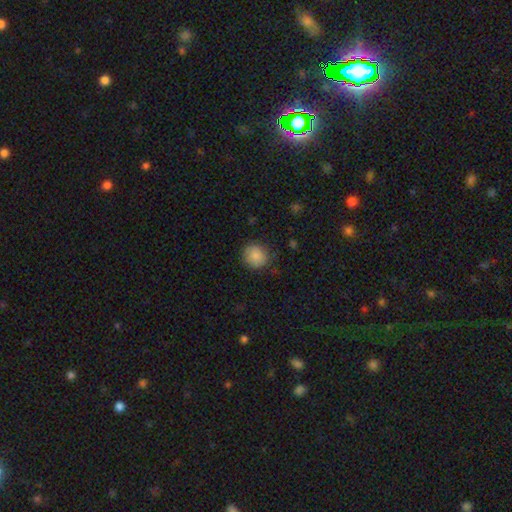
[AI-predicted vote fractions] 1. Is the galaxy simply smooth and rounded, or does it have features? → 87% smooth, 8% star or artifact, 5% featured or disk.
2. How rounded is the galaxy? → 88% round, 12% in between, 1% cigar-shaped.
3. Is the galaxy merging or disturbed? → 85% none, 11% minor disturbance, 3% major disturbance, 1% merger.